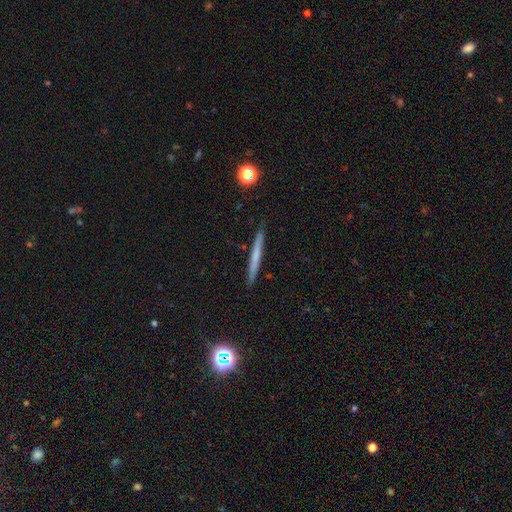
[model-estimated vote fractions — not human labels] Overall: smooth (53%; featured or disk 39%). How rounded: cigar-shaped (96%). Merging: none (91%).